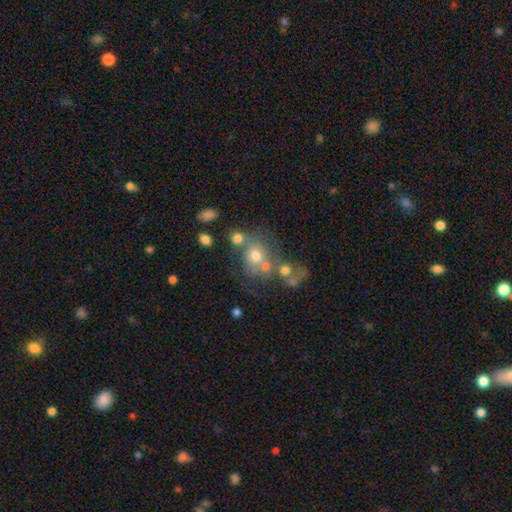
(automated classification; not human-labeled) Smooth or featured: smooth — 58% (featured or disk — 27%)
How rounded: round — 69% (in between — 30%)
Merging: merger — 38% (none — 37%)